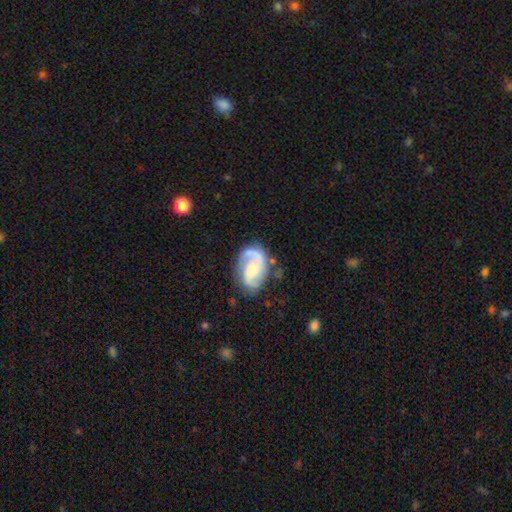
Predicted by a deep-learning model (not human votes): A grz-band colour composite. It shows a featured or disk galaxy (85%) with no bar (54%), 2 (83%) medium (51%) spiral arms (96%) and a moderate central bulge (54%). Merging: none (70%).